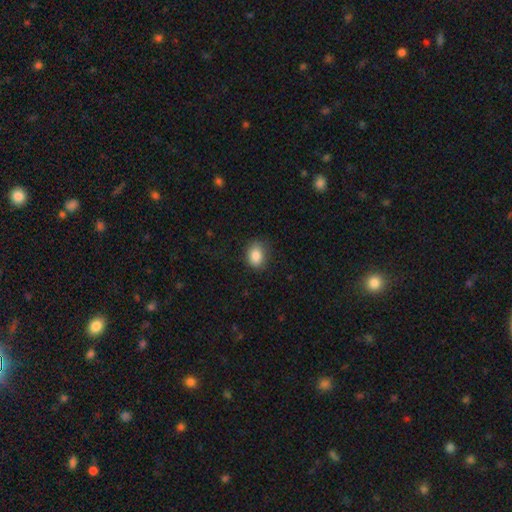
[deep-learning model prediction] Smooth or featured? smooth (86%)
How rounded? in between (66%)
Merging? none (79%)